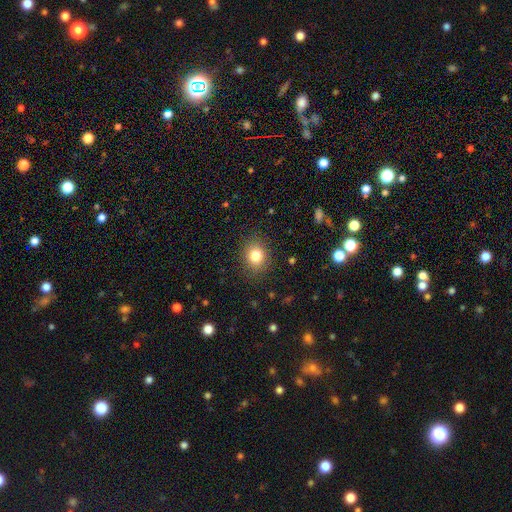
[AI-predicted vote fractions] A smooth galaxy with no disk features (82%) that is round (64%). Merging: none (85%).